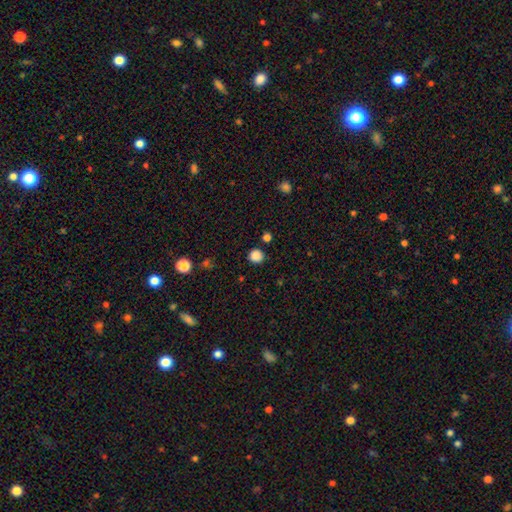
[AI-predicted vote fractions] Q: Smooth or featured?
A: smooth (85%); runner-up: star or artifact (12%)
Q: How rounded?
A: round (93%); runner-up: in between (6%)
Q: Merging?
A: none (89%); runner-up: minor disturbance (6%)